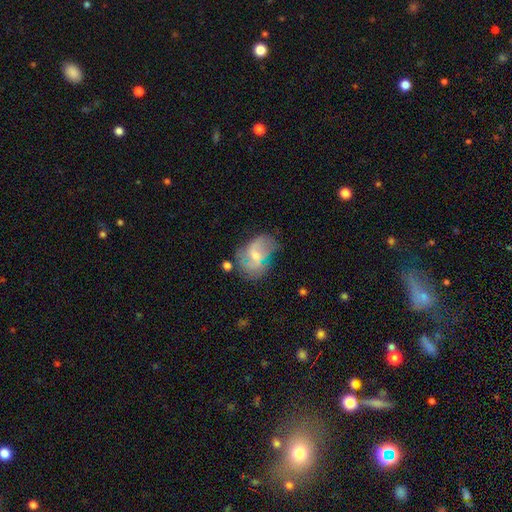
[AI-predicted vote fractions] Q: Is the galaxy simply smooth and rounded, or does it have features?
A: featured or disk — 60%.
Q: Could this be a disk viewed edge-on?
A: no — 97%.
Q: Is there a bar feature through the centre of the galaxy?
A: weak — 48%.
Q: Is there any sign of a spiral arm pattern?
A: yes — 73%.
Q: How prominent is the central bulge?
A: small — 50%.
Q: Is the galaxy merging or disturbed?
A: none — 43%.